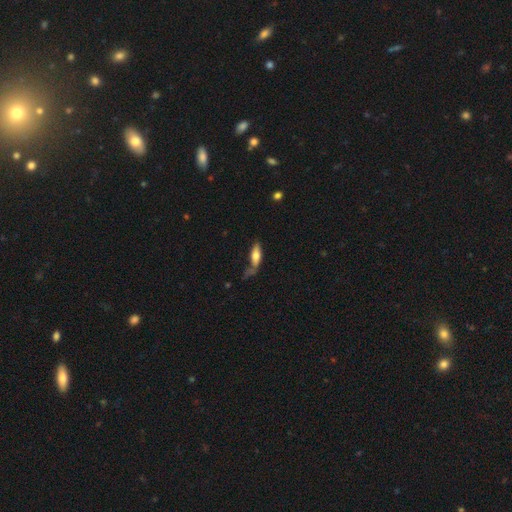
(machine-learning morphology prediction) This is likely a smooth galaxy (63%). How rounded: possibly in between (56%). Merging: marginally none (42%).